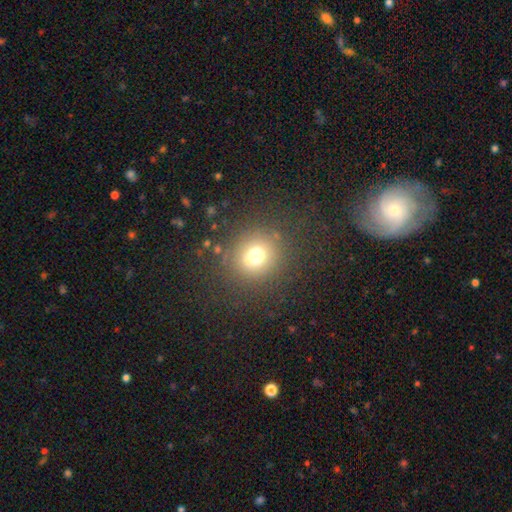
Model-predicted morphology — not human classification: Smooth or featured? Predicted: smooth (p=0.70). How rounded? Predicted: round (p=0.88). Merging? Predicted: none (p=0.80).